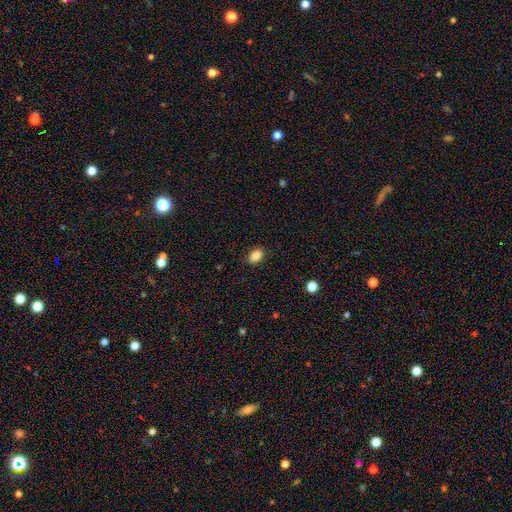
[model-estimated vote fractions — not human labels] Morphology: type=smooth (87%); roundness=in between (77%); merging=none (87%).